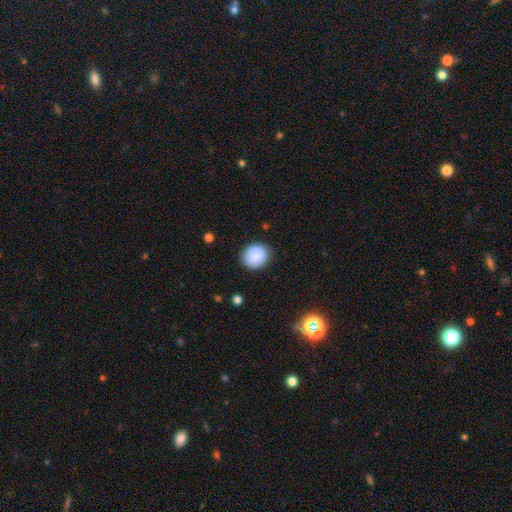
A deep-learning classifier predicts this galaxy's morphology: Overall: smooth (83%). How rounded: round (80%). Merging: none (86%).